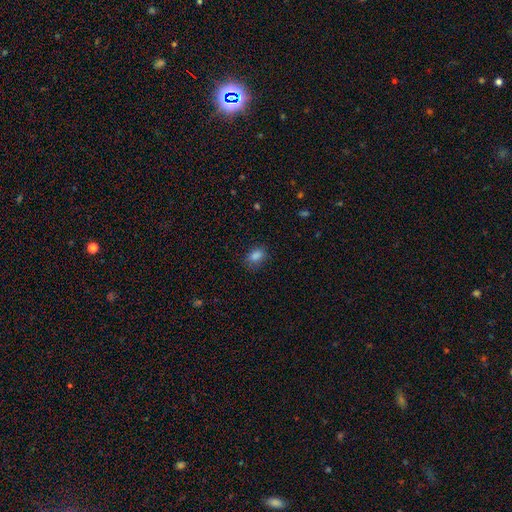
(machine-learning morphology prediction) This is clearly a smooth galaxy (85%). How rounded: likely in between (77%). Merging: likely none (77%).